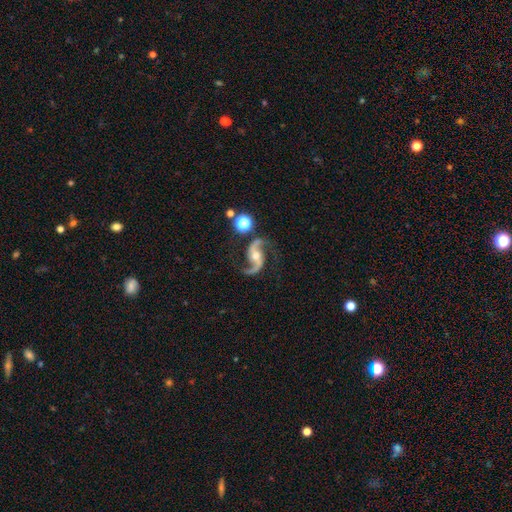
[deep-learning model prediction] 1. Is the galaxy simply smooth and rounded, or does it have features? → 92% featured or disk, 5% star or artifact, 3% smooth.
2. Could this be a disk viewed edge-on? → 98% no, 2% yes.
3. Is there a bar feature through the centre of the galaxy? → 46% no, 33% weak, 21% strong.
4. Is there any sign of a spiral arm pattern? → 98% yes, 2% no.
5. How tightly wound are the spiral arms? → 65% loose, 30% medium, 5% tight.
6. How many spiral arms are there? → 94% 2, 1% 1, 1% can't tell, 1% 3, 1% 4, 1% more than 4.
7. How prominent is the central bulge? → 62% moderate, 26% small, 7% large, 3% none, 1% dominant.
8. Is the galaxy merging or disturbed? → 78% none, 12% minor disturbance, 6% major disturbance, 3% merger.